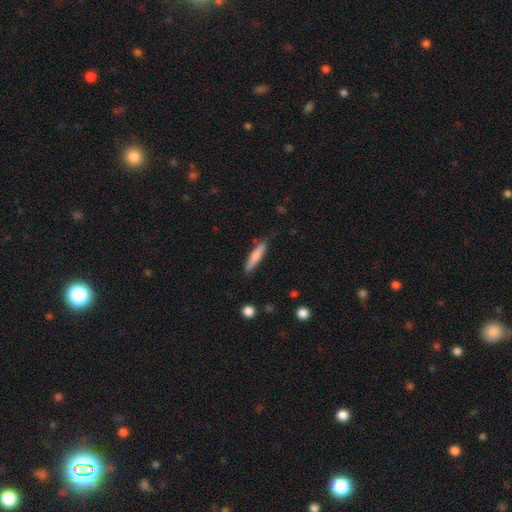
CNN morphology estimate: This is likely a smooth galaxy (76%). How rounded: clearly cigar-shaped (85%). Merging: clearly none (80%).